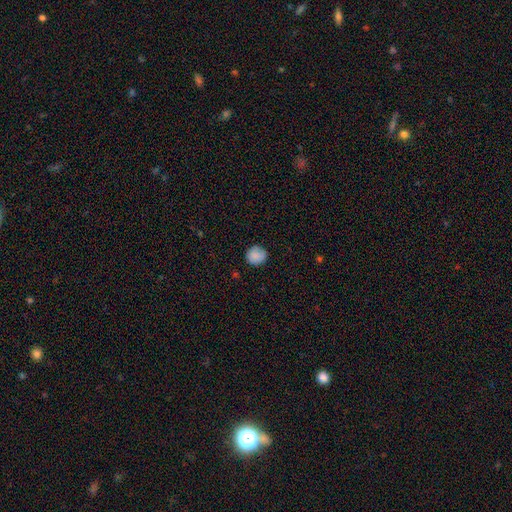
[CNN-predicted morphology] This is clearly a smooth galaxy (87%). How rounded: clearly round (90%). Merging: clearly none (84%).